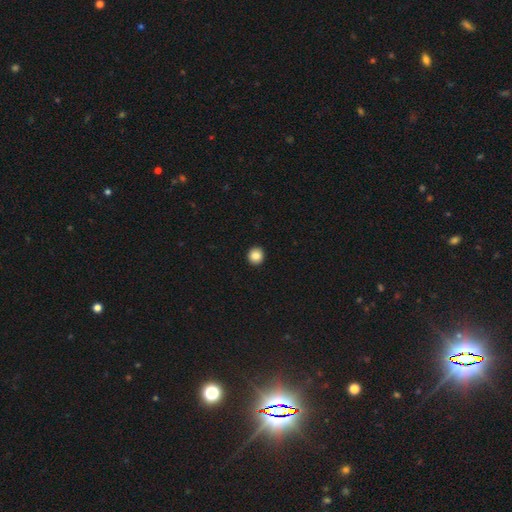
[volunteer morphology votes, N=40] A smooth galaxy with no disk features (95%) that is round (95%).

Vote fractions:
- Smooth or featured? smooth: 95% / star or artifact: 5% / featured or disk: 0%
- How rounded? round: 95% / in between: 3% / cigar-shaped: 3%
- Merging? none: 95% / minor disturbance: 3% / major disturbance: 3% / merger: 0%